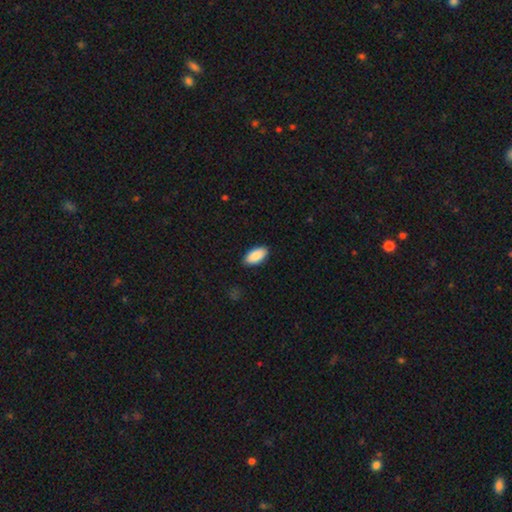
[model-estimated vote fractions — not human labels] A smooth galaxy with no disk features (90%) that is in between round and cigar-shaped (94%).

Vote fractions:
- Smooth or featured? smooth: 90% / star or artifact: 6% / featured or disk: 4%
- How rounded? in between: 94% / cigar-shaped: 4% / round: 2%
- Merging? none: 89% / minor disturbance: 9% / major disturbance: 2% / merger: 1%